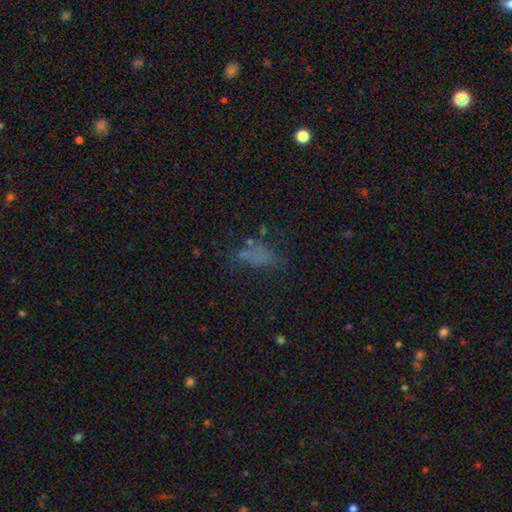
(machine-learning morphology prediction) Overall: smooth (52%; star or artifact 24%). How rounded: in between (71%). Merging: none (46%; major disturbance 25%).